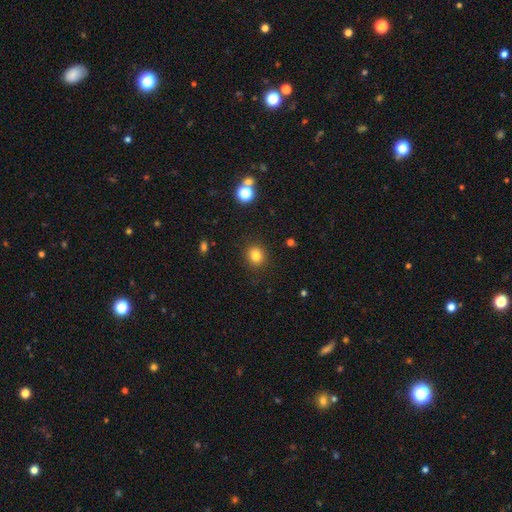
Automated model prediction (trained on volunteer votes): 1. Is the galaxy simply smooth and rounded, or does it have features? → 81% smooth, 13% star or artifact, 6% featured or disk.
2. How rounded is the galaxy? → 82% round, 17% in between, 1% cigar-shaped.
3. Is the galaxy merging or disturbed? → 89% none, 7% minor disturbance, 2% major disturbance, 2% merger.